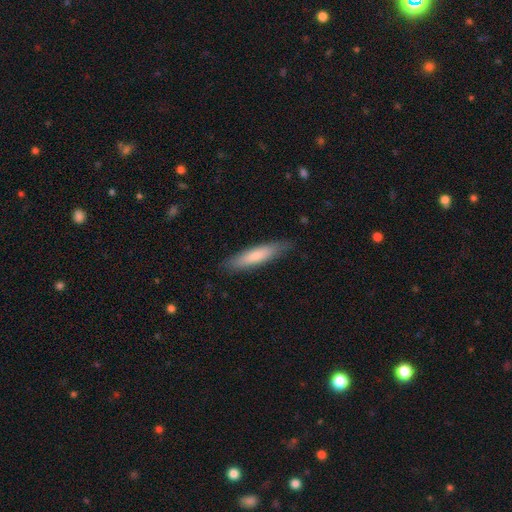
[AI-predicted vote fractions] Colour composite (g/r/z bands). It shows a smooth galaxy with no disk features (77%) that is cigar-shaped (81%). Merging: none (85%).